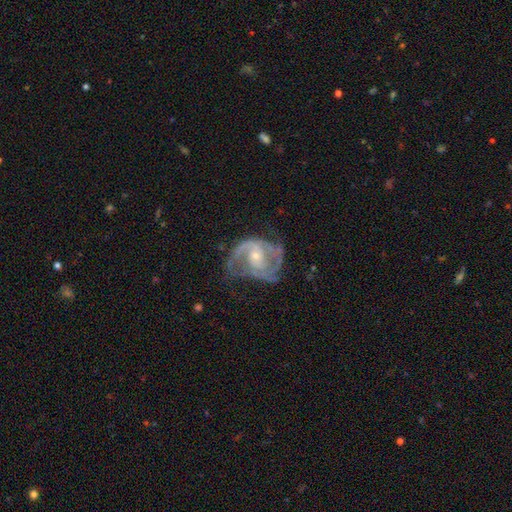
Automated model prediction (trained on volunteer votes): The model was most divided on "spiral winding": medium: 50%, tight: 36%, loose: 14%. More confident: edge-on disk — no (98%); spiral arms — yes (96%); smooth or featured — featured or disk (88%); bulge size — small (62%); spiral arm count — 2 (57%); bar — no (56%); merging — none (54%).